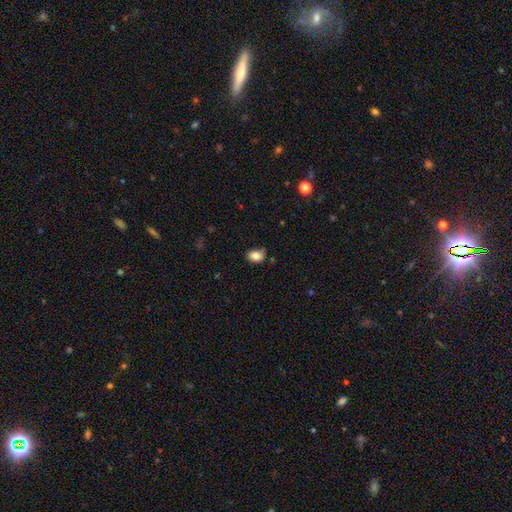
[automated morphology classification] A smooth galaxy with no disk features (83%) that is in between round and cigar-shaped (68%). Merging: none (68%).